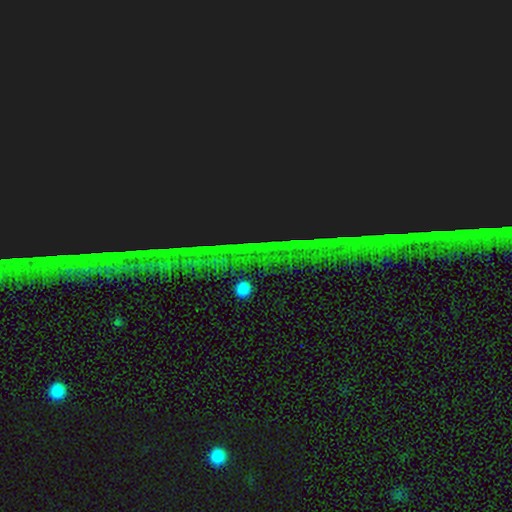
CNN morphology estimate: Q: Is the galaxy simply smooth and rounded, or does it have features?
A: star or artifact — 88%.